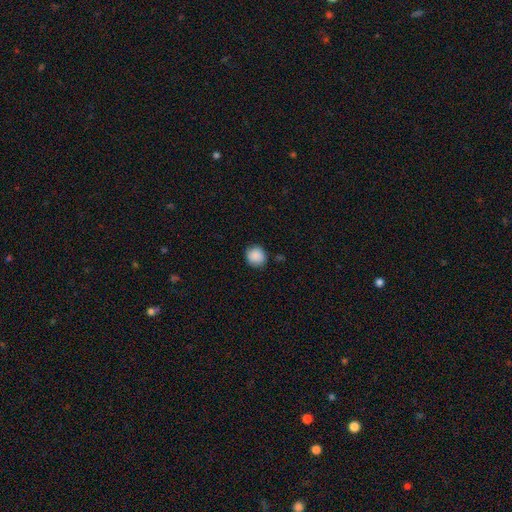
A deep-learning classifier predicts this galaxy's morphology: smooth_or_featured: smooth (p=0.89) [alt: star or artifact p=0.08]
how_rounded: round (p=0.88) [alt: in between p=0.11]
merging: none (p=0.85) [alt: minor disturbance p=0.11]